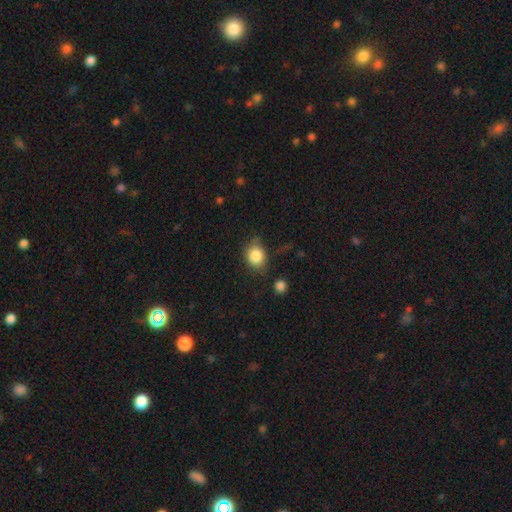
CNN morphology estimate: Q: Smooth or featured?
A: smooth (84%); runner-up: star or artifact (9%)
Q: How rounded?
A: round (57%); runner-up: in between (42%)
Q: Merging?
A: none (64%); runner-up: minor disturbance (26%)